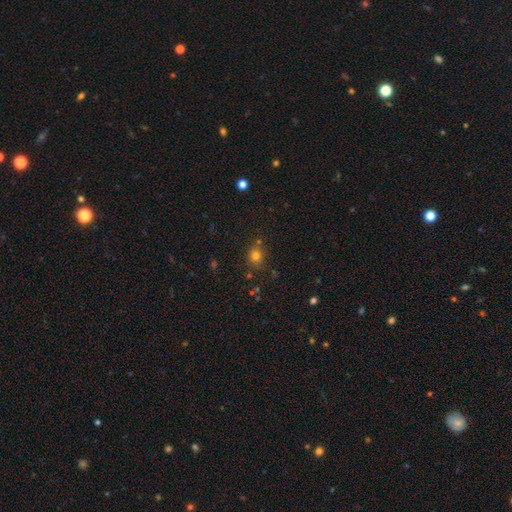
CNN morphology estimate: smooth 76%, star or artifact 18%, featured or disk 7%. Down the decision tree: how rounded — round (79%); merging — none (79%).